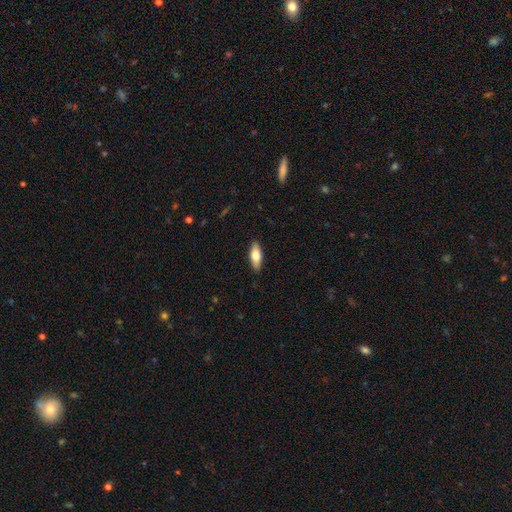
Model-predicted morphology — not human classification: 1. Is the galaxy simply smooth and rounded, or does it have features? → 70% smooth, 24% featured or disk, 6% star or artifact.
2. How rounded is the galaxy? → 70% in between, 28% cigar-shaped, 2% round.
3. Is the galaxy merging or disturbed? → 89% none, 9% minor disturbance, 2% major disturbance, 1% merger.